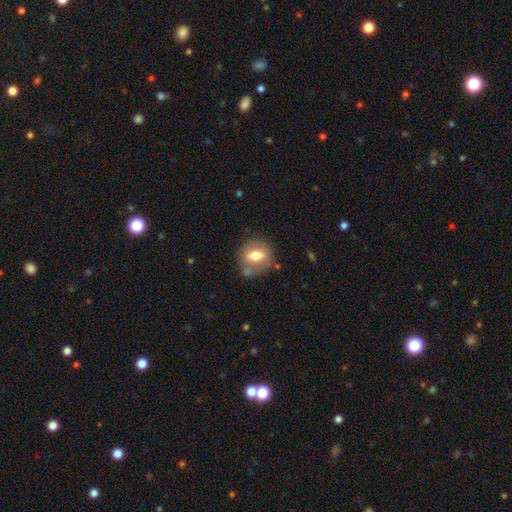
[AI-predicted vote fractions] Smooth or featured?
  - smooth: 66% *
  - featured or disk: 26%
  - star or artifact: 8%
How rounded?
  - round: 60% *
  - in between: 38%
  - cigar-shaped: 2%
Merging?
  - none: 70% *
  - minor disturbance: 16%
  - merger: 9%
  - major disturbance: 5%